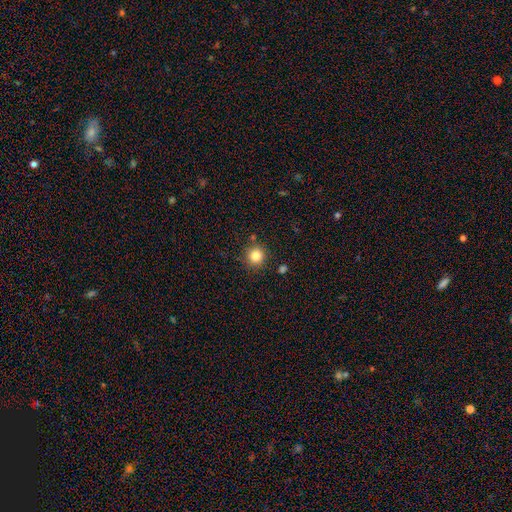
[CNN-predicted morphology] Smooth or featured?
  - smooth: 83% *
  - star or artifact: 11%
  - featured or disk: 5%
How rounded?
  - round: 94% *
  - in between: 5%
  - cigar-shaped: 1%
Merging?
  - none: 86% *
  - minor disturbance: 8%
  - merger: 4%
  - major disturbance: 2%